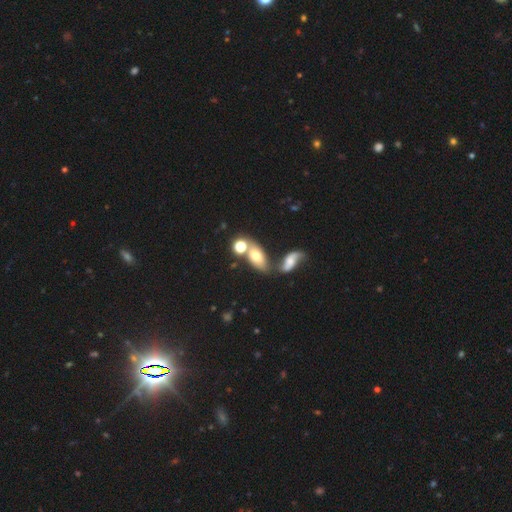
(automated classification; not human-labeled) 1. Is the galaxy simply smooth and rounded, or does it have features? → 59% smooth, 28% featured or disk, 12% star or artifact.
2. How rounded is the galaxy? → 78% in between, 17% round, 6% cigar-shaped.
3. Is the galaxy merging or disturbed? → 41% merger (tied), 41% none (tied), 12% minor disturbance, 6% major disturbance.